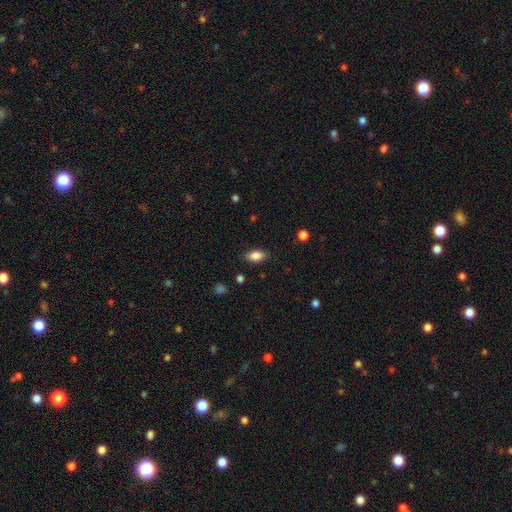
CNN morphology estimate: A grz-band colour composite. It shows a smooth galaxy with no disk features (86%) that is in between round and cigar-shaped (91%). Merging: none (86%).